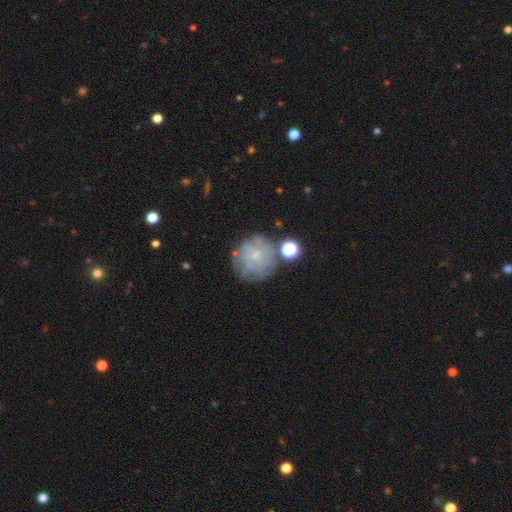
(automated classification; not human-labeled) The model was most divided on "smooth or featured": featured or disk: 62%, smooth: 25%, star or artifact: 13%. More confident: edge-on disk — no (98%); spiral arms — yes (79%); bar — no (79%); bulge size — small (78%); merging — none (69%).